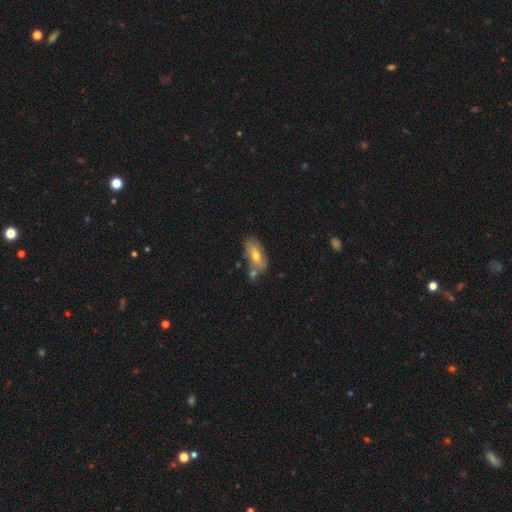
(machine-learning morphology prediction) Smooth or featured? Predicted: smooth (p=0.49). Merging? Predicted: none (p=0.54).